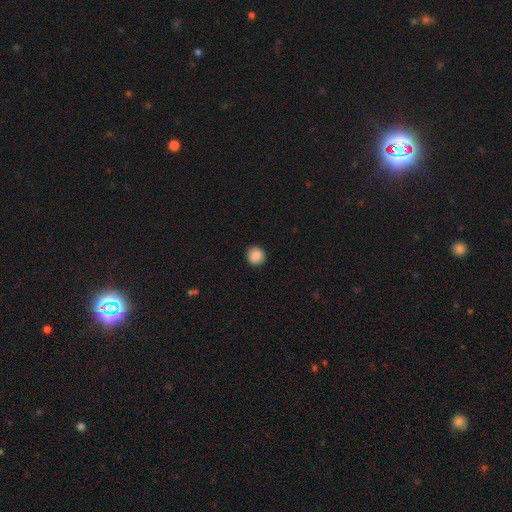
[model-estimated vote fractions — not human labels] A smooth galaxy with no disk features (88%) that is round (92%). Merging: none (92%).